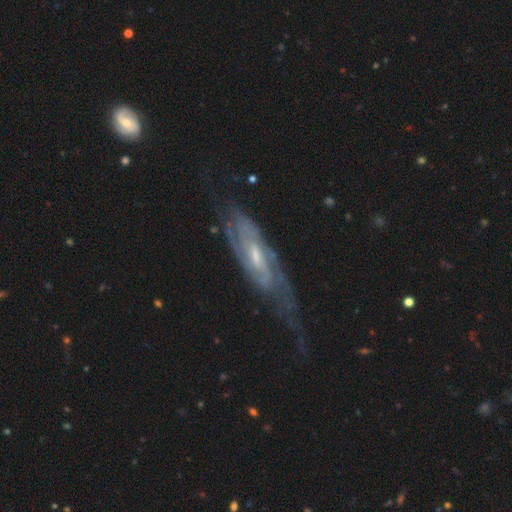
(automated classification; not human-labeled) smooth-or-featured: featured or disk: 83% | smooth: 10% | star or artifact: 6%
  disk-edge-on: no: 80% | yes: 20%
    bar: weak: 50% | no: 32% | strong: 17%
    has-spiral-arms: yes: 92% | no: 8%
      spiral-winding: tight: 48% | medium: 38% | loose: 13%
      spiral-arm-count: 2: 45% | can't tell: 36% | 3: 7% | 1: 5% | 4: 3% | more than 4: 3%
    bulge-size: small: 52% | moderate: 41% | none: 4% | large: 2% | dominant: 1%
  merging: none: 56% | minor disturbance: 24% | major disturbance: 18% | merger: 2%